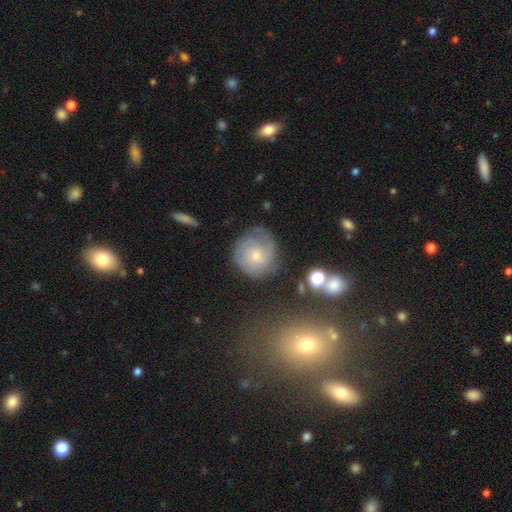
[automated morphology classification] type=featured or disk (59%); edge-on=no (97%); bar=no (76%); spiral arms=yes (86%); bulge=small (58%); merging=none (68%).